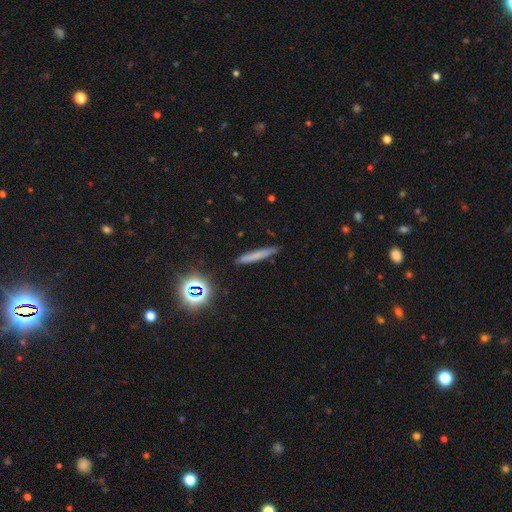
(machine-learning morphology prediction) Smooth or featured?
  - smooth: 65% *
  - featured or disk: 21%
  - star or artifact: 14%
How rounded?
  - cigar-shaped: 93% *
  - in between: 4%
  - round: 2%
Merging?
  - none: 86% *
  - minor disturbance: 10%
  - major disturbance: 2%
  - merger: 2%